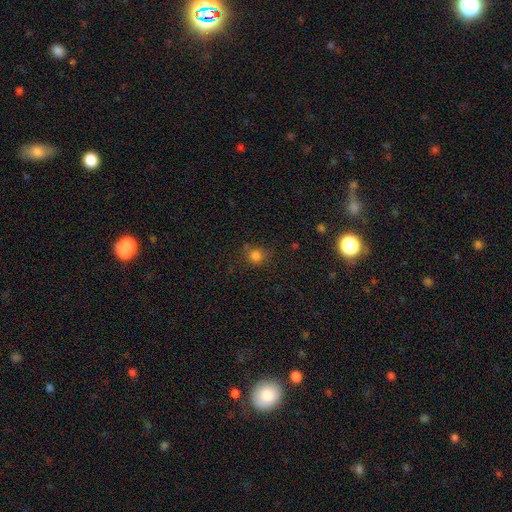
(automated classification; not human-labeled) This appears to be a smooth galaxy with no disk features (79%) that is round (83%). Merging: none (71%).